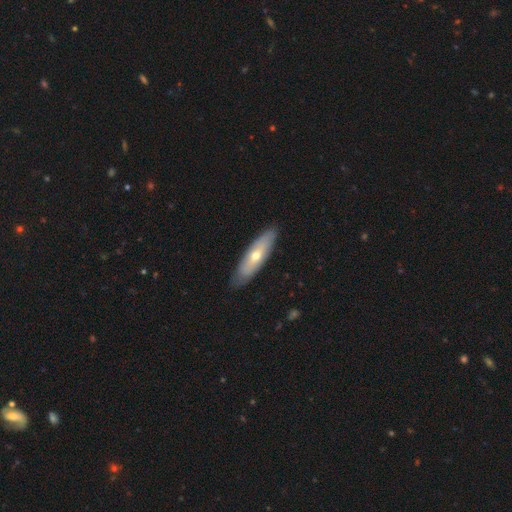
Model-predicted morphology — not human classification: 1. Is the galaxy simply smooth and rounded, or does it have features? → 50% smooth, 45% featured or disk, 5% star or artifact.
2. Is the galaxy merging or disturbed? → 86% none, 11% minor disturbance, 2% major disturbance, 1% merger.